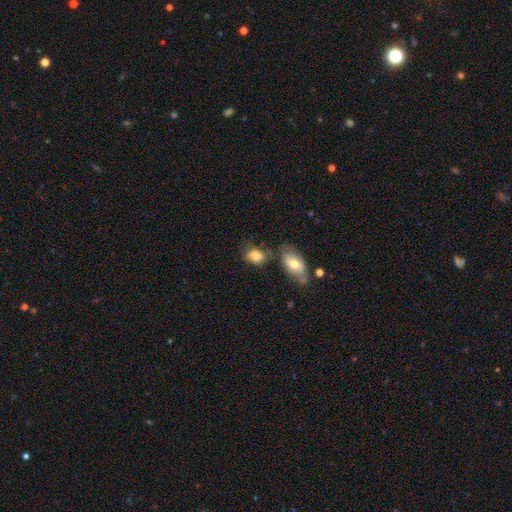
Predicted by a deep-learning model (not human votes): Smooth or featured? Predicted: smooth (p=0.81). How rounded? Predicted: in between (p=0.73). Merging? Predicted: none (p=0.58).